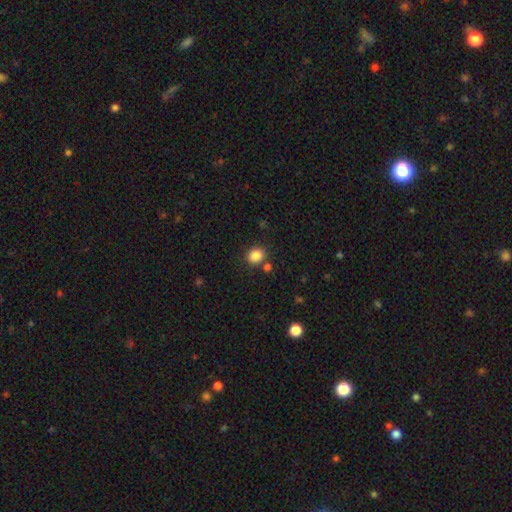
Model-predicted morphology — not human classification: This is clearly a smooth galaxy (86%). How rounded: likely round (68%). Merging: likely none (78%).